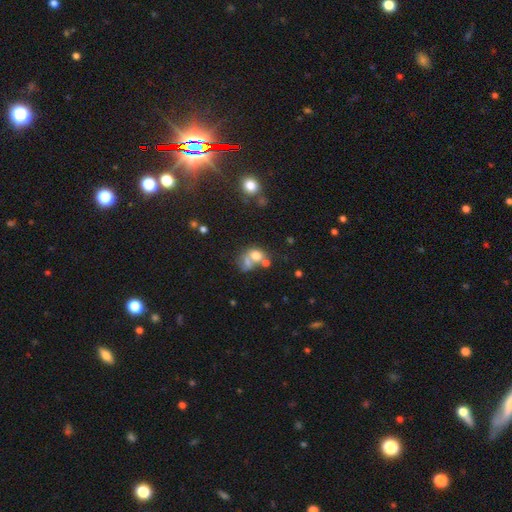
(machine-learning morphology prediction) This appears to be a smooth galaxy with no disk features (62%) that is round (50%). Merging: merger (51%).